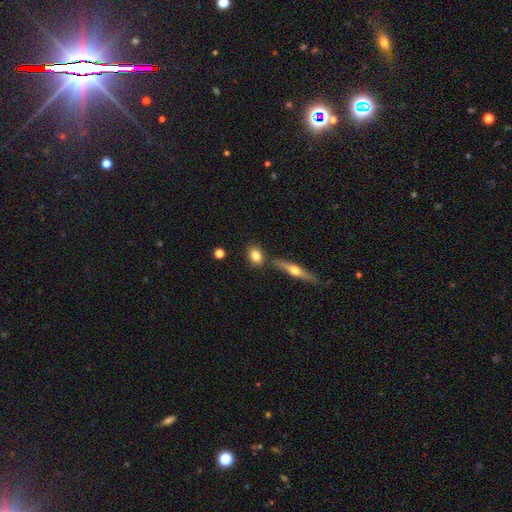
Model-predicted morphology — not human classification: smooth-or-featured: smooth: 78% | featured or disk: 15% | star or artifact: 7%
  how-rounded: in between: 68% | round: 26% | cigar-shaped: 6%
  merging: none: 74% | merger: 12% | minor disturbance: 11% | major disturbance: 3%